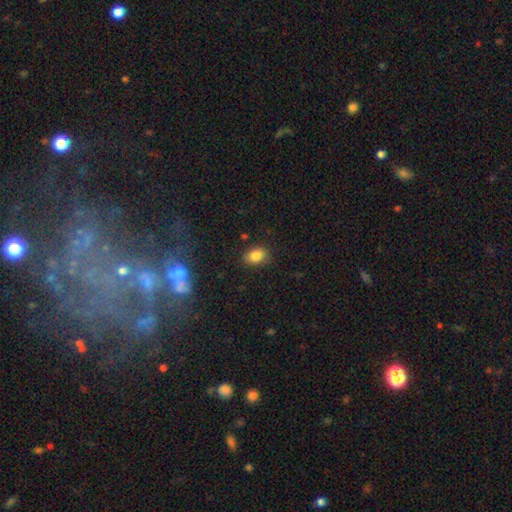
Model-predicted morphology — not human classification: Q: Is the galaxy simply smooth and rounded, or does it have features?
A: smooth — 84%.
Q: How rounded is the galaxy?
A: in between — 73%.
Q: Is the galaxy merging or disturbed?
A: none — 81%.